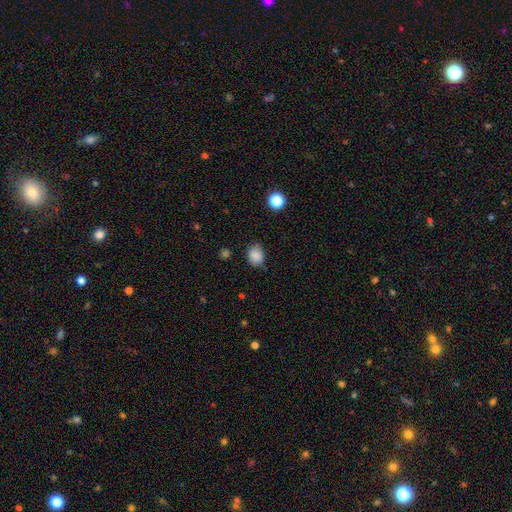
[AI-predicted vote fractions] A smooth galaxy with no disk features (86%) that is round (51%). Merging: none (75%).